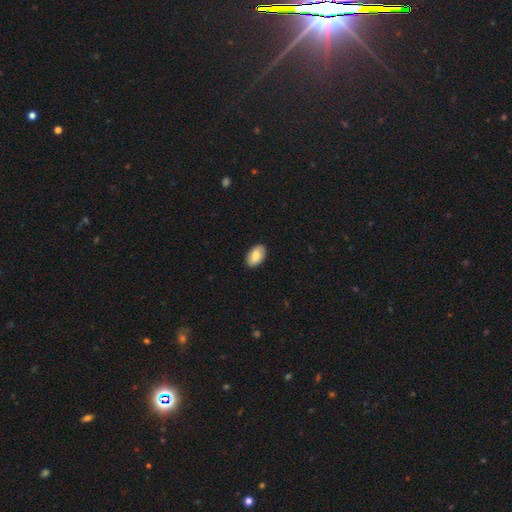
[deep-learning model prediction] Smooth or featured: smooth — 79% (featured or disk — 14%)
How rounded: in between — 92% (round — 6%)
Merging: none — 88% (minor disturbance — 9%)